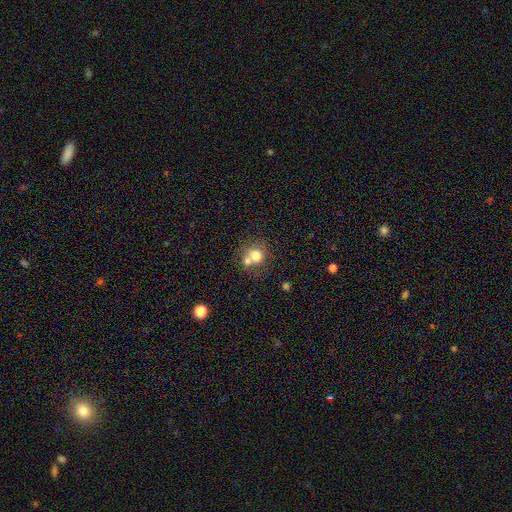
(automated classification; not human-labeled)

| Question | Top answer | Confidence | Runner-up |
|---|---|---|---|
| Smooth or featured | smooth | 73% | featured or disk (15%) |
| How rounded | round | 82% | in between (17%) |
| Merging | none | 44% | merger (43%) |